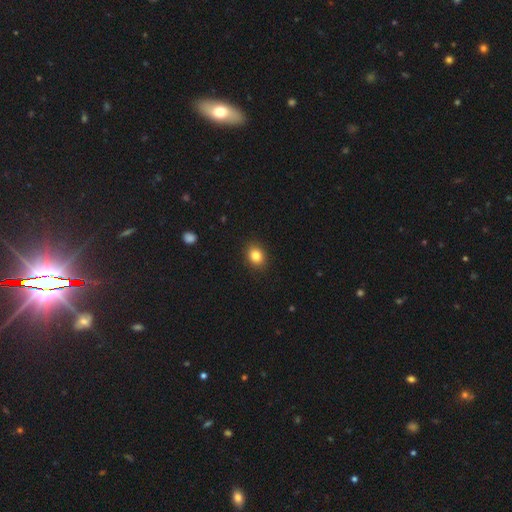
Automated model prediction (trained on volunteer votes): smooth-or-featured: smooth: 84% | star or artifact: 10% | featured or disk: 6%
  how-rounded: in between: 52% | round: 47% | cigar-shaped: 1%
  merging: none: 89% | minor disturbance: 8% | major disturbance: 2% | merger: 1%